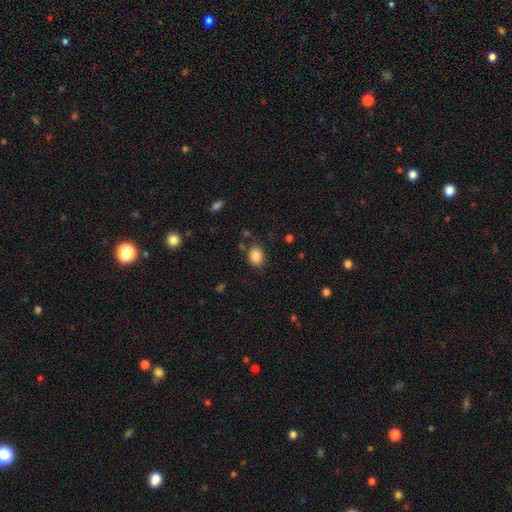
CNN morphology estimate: A smooth galaxy with no disk features (86%) that is in between round and cigar-shaped (53%). Merging: none (80%).